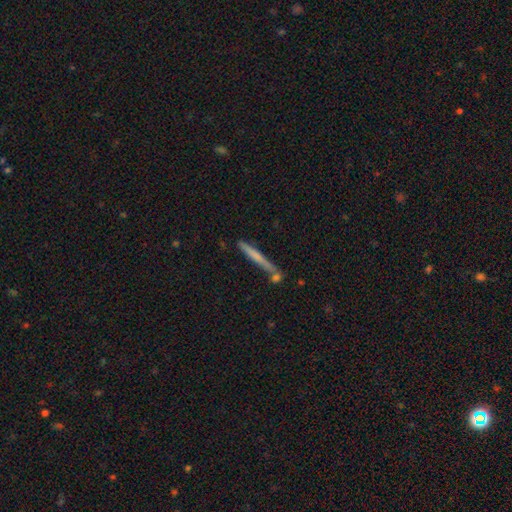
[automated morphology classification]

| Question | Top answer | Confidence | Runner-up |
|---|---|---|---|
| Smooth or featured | smooth | 55% | featured or disk (38%) |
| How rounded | cigar-shaped | 96% | in between (3%) |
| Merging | none | 70% | minor disturbance (13%) |